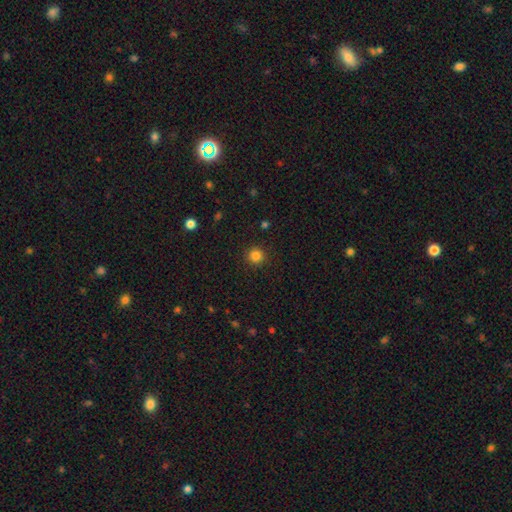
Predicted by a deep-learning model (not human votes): A smooth galaxy with no disk features (84%) that is round (94%).

Vote fractions:
- Smooth or featured? smooth: 84% / star or artifact: 12% / featured or disk: 4%
- How rounded? round: 94% / in between: 5% / cigar-shaped: 1%
- Merging? none: 91% / minor disturbance: 5% / major disturbance: 2% / merger: 1%